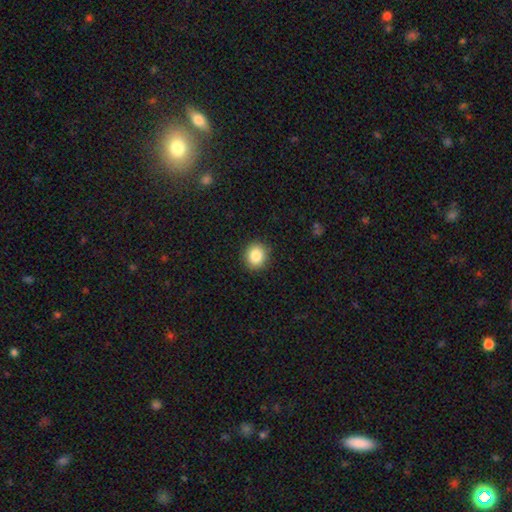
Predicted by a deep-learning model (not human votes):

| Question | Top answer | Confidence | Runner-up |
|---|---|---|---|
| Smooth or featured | smooth | 85% | star or artifact (9%) |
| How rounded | round | 81% | in between (18%) |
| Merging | none | 91% | minor disturbance (6%) |